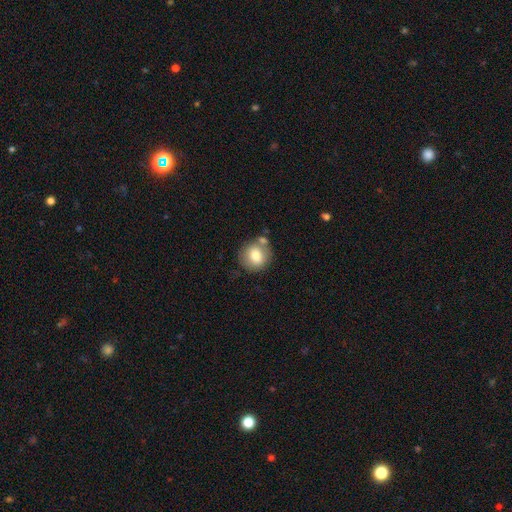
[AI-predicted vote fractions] smooth-or-featured: smooth: 78% | featured or disk: 14% | star or artifact: 9%
  how-rounded: round: 87% | in between: 12% | cigar-shaped: 1%
  merging: none: 65% | merger: 18% | minor disturbance: 13% | major disturbance: 4%